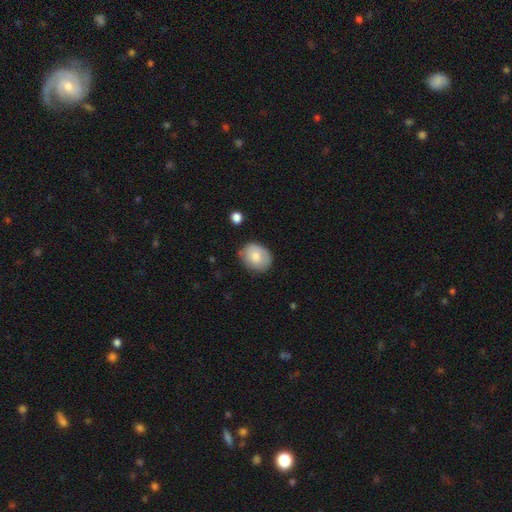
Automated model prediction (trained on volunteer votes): smooth 79%, featured or disk 15%, star or artifact 7%. Down the decision tree: how rounded — in between (56%); merging — none (77%).